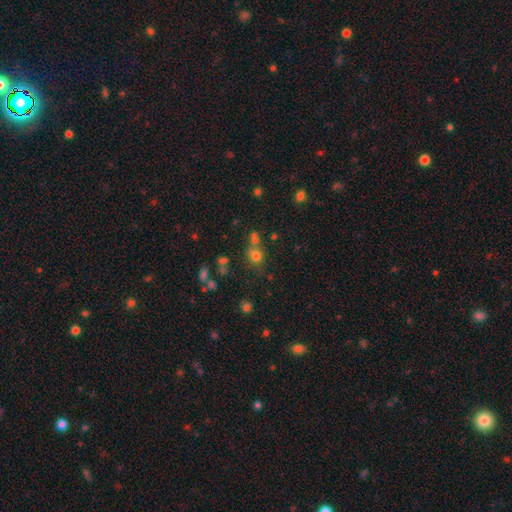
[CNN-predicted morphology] This appears to be a smooth galaxy with no disk features (70%) that is round (79%). Merging: none (56%).